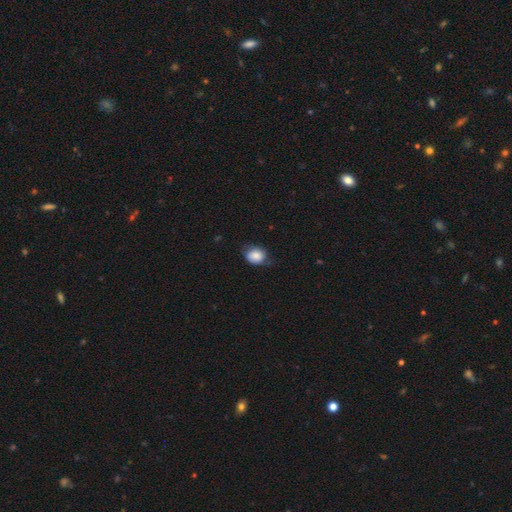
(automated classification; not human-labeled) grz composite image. It shows a smooth galaxy with no disk features (82%) that is round (54%). Merging: none (62%).